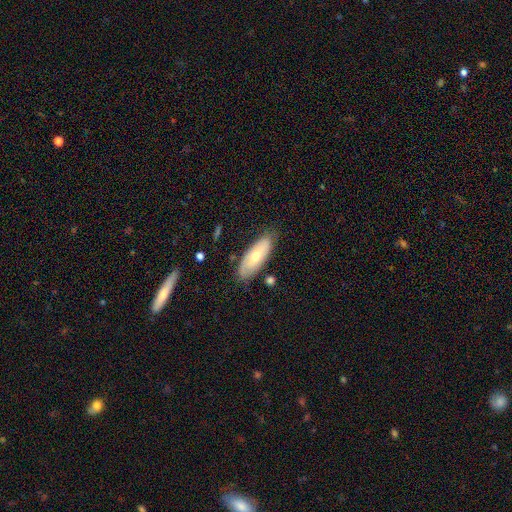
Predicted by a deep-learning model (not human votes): A smooth galaxy with no disk features (56%) that is in between round and cigar-shaped (75%). Merging: none (80%).